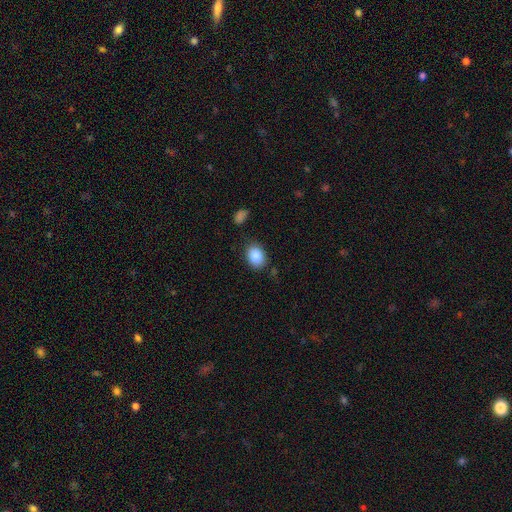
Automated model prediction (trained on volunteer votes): Overall: smooth (86%). How rounded: in between (69%; round 30%). Merging: none (81%).